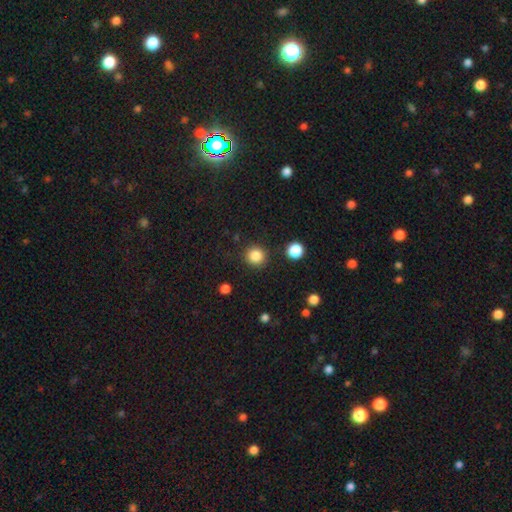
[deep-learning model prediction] Smooth or featured? Predicted: smooth (p=0.86). How rounded? Predicted: round (p=0.93). Merging? Predicted: none (p=0.90).